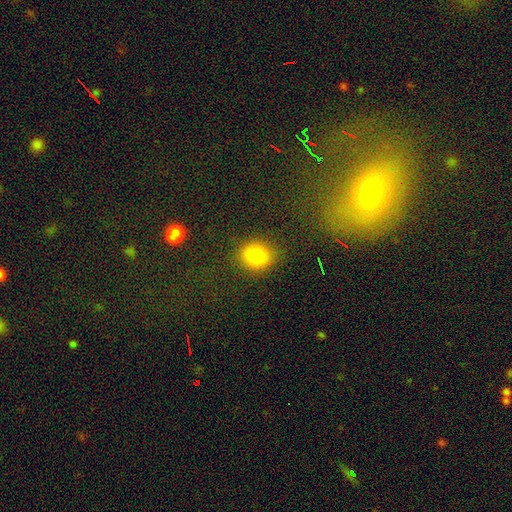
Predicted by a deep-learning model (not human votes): The model was most divided on "how rounded": round: 61%, in between: 37%, cigar-shaped: 2%. More confident: merging — none (83%); smooth or featured — smooth (81%).